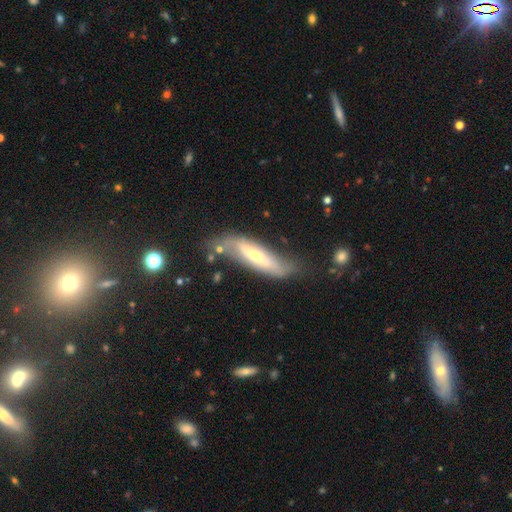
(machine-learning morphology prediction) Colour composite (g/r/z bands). It shows a featured or disk galaxy (56%). Merging: none (57%).